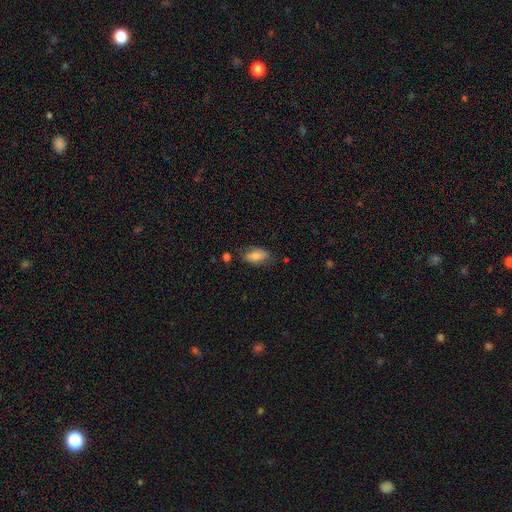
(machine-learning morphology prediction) This is likely a smooth galaxy (73%). How rounded: clearly in between (90%). Merging: likely none (68%).